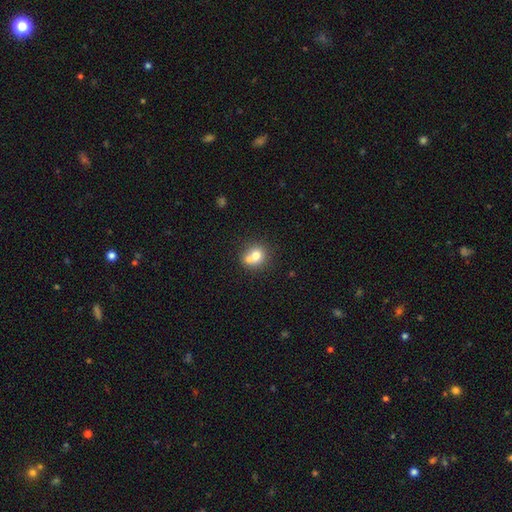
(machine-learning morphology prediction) A smooth galaxy with no disk features (72%) that is round (73%). Merging: merger (43%).